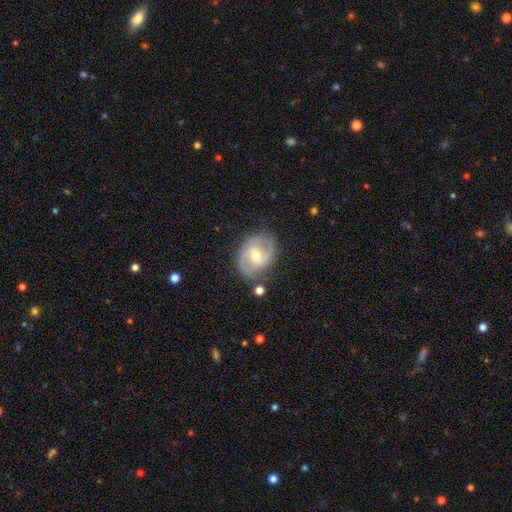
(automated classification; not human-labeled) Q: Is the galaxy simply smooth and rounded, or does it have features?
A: featured or disk — 77%.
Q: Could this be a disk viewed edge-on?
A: no — 97%.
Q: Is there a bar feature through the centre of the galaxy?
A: weak — 48%.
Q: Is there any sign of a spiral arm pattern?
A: yes — 91%.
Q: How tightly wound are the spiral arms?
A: medium — 50%.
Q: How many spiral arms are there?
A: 2 — 81%.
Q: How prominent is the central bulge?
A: moderate — 59%.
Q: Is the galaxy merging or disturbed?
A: none — 73%.